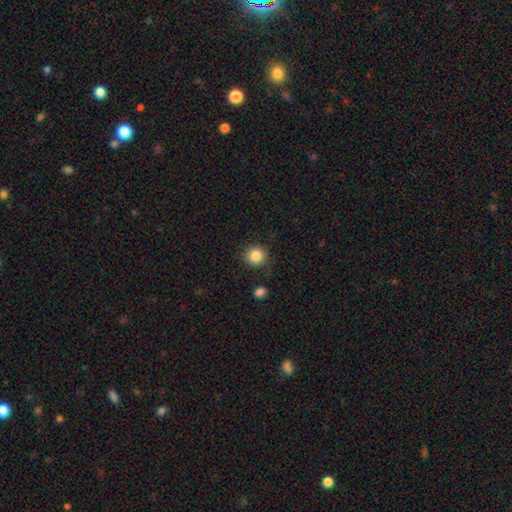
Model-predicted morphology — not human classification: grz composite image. It shows a smooth galaxy with no disk features (85%) that is round (91%). Merging: none (86%).